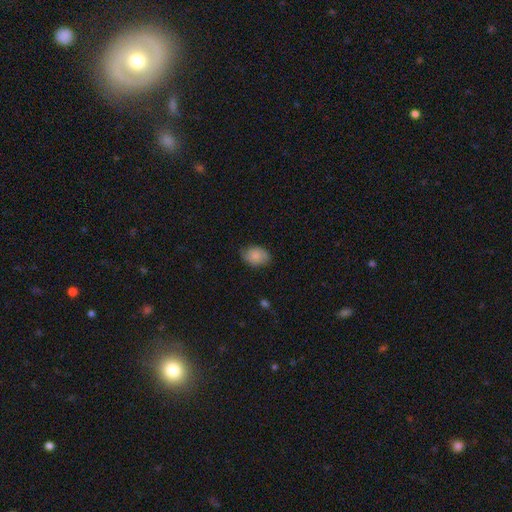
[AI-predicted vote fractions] The model was most divided on "how rounded": in between: 72%, round: 27%, cigar-shaped: 1%. More confident: merging — none (74%); smooth or featured — smooth (73%).